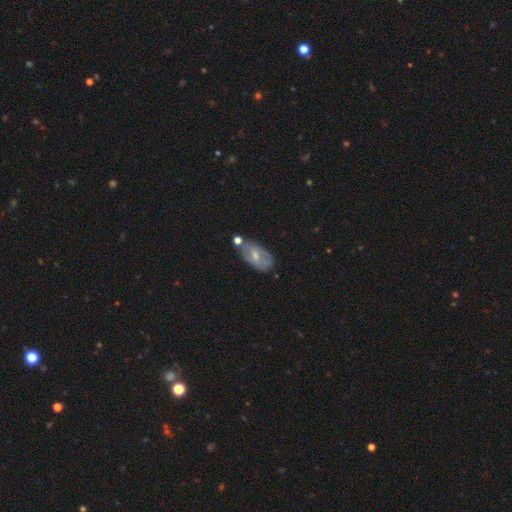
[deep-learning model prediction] Overall: featured or disk (51%; smooth 42%). Edge-on disk: no (90%). Merging: none (49%; minor disturbance 25%).